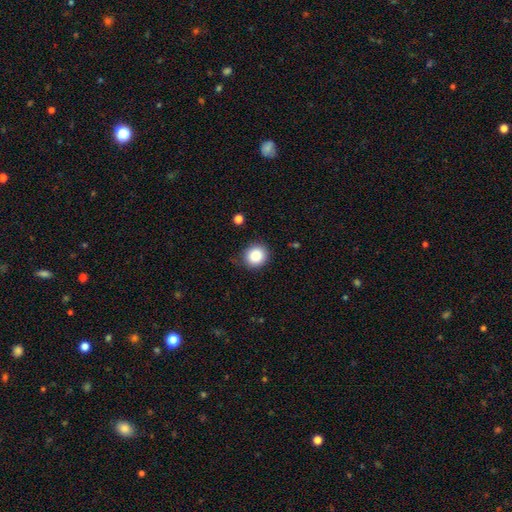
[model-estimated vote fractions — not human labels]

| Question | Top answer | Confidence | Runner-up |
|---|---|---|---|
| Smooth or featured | smooth | 87% | star or artifact (9%) |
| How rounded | round | 87% | in between (12%) |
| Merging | none | 82% | minor disturbance (13%) |